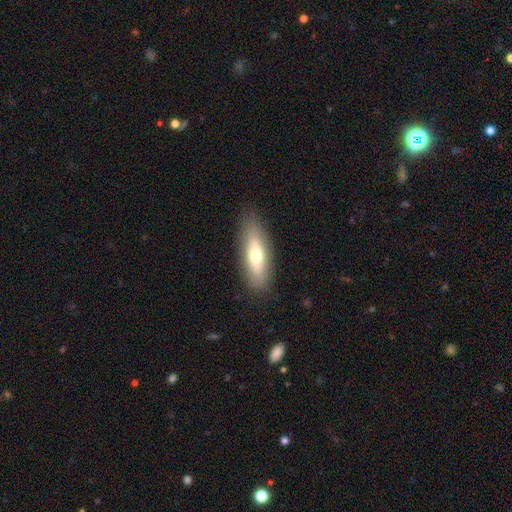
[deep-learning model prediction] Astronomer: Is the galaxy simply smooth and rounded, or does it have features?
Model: smooth — 61%.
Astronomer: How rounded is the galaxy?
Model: in between — 61%.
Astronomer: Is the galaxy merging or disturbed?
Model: none — 84%.